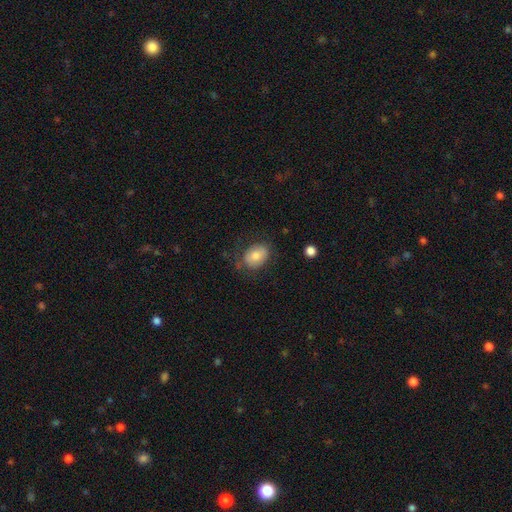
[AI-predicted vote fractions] Overall: smooth (75%). How rounded: in between (72%). Merging: none (68%).